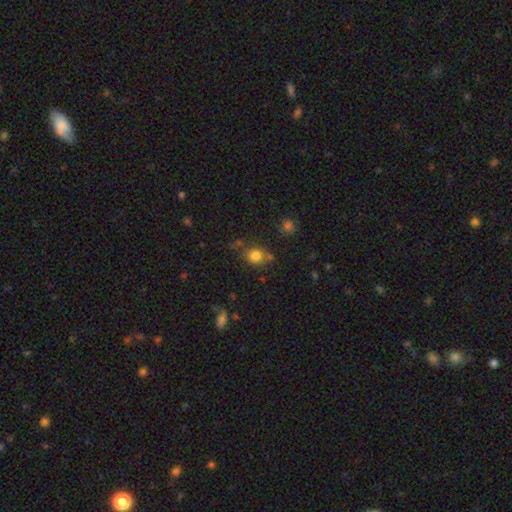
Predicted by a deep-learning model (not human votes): Morphology: type=smooth (80%); roundness=round (75%); merging=none (70%).